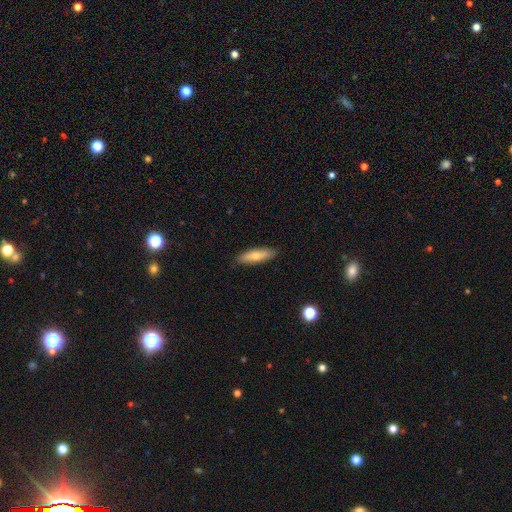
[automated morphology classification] Smooth or featured?
  - smooth: 70% *
  - featured or disk: 24%
  - star or artifact: 6%
How rounded?
  - cigar-shaped: 66% *
  - in between: 32%
  - round: 2%
Merging?
  - none: 88% *
  - minor disturbance: 9%
  - major disturbance: 2%
  - merger: 1%